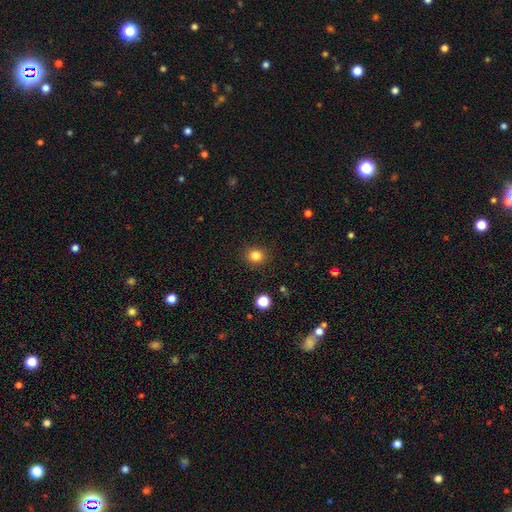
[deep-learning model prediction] smooth-or-featured: smooth: 83% | star or artifact: 12% | featured or disk: 5%
  how-rounded: round: 81% | in between: 18% | cigar-shaped: 1%
  merging: none: 90% | minor disturbance: 7% | major disturbance: 2% | merger: 1%